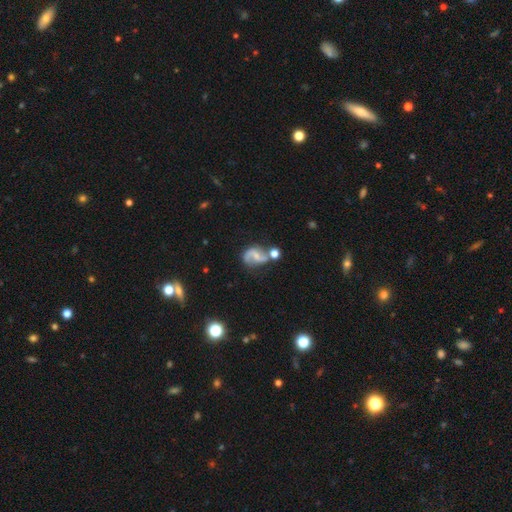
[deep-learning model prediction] Smooth or featured? featured or disk (78%)
Edge-on disk? no (98%)
Bar? weak (45%)
Spiral arms? yes (93%)
Spiral winding? loose (50%)
Spiral arm count? 2 (87%)
Bulge size? small (53%)
Merging? none (51%)